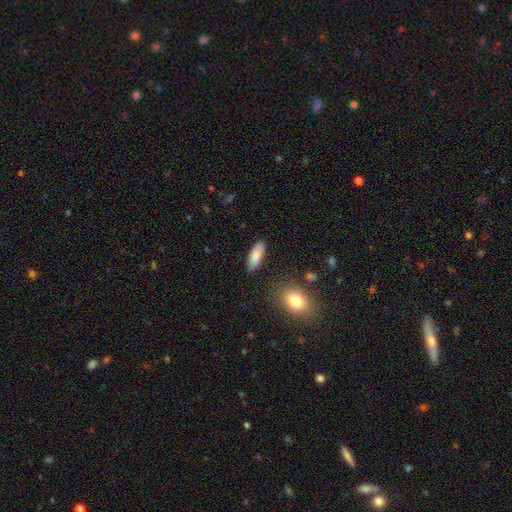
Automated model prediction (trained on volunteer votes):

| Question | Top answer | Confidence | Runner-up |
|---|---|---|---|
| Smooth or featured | smooth | 85% | featured or disk (8%) |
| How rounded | in between | 70% | cigar-shaped (28%) |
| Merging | none | 84% | minor disturbance (11%) |